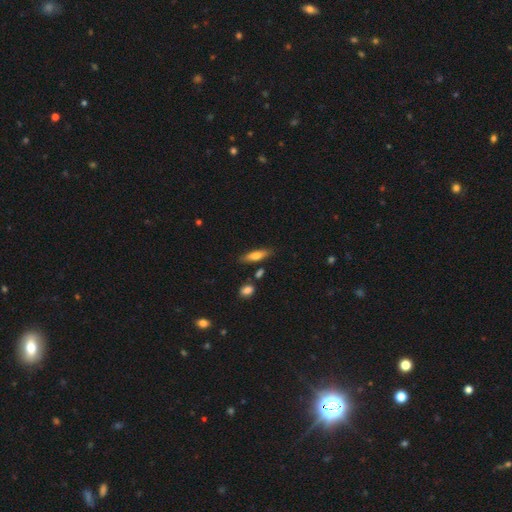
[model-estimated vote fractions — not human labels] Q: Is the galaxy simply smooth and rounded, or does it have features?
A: smooth — 69%.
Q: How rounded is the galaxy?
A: cigar-shaped — 60%.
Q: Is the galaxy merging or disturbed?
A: none — 81%.